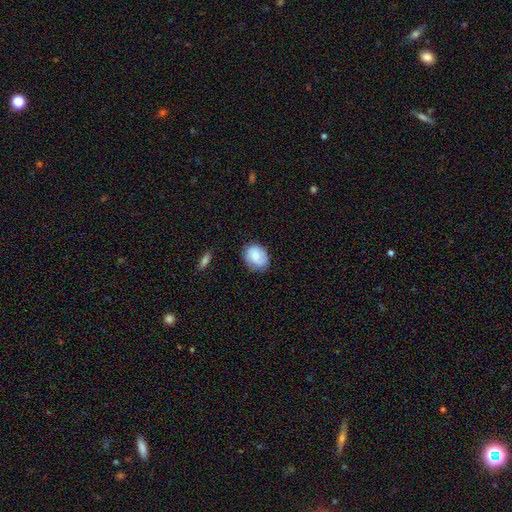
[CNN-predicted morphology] This is likely a smooth galaxy (72%). How rounded: possibly in between (60%). Merging: likely none (74%).